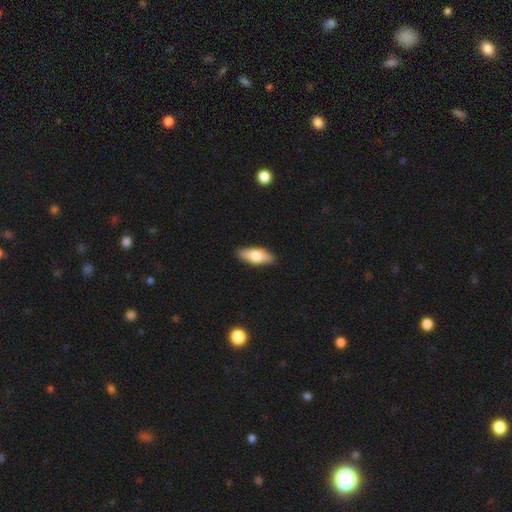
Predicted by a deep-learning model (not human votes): Smooth or featured? smooth (68%)
How rounded? in between (76%)
Merging? none (88%)